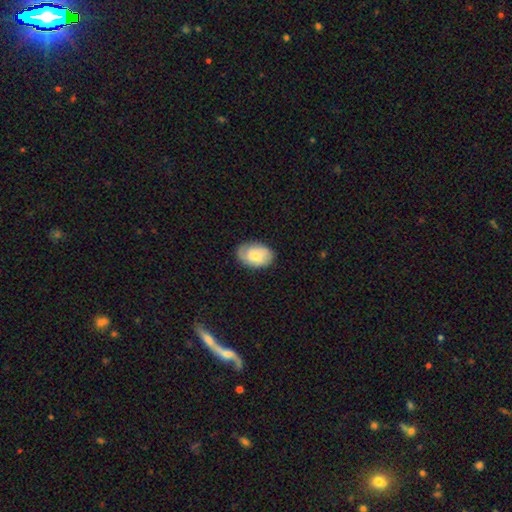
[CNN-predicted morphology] The model was most divided on "smooth or featured": smooth: 62%, featured or disk: 31%, star or artifact: 7%. More confident: how rounded — in between (86%); merging — none (77%).